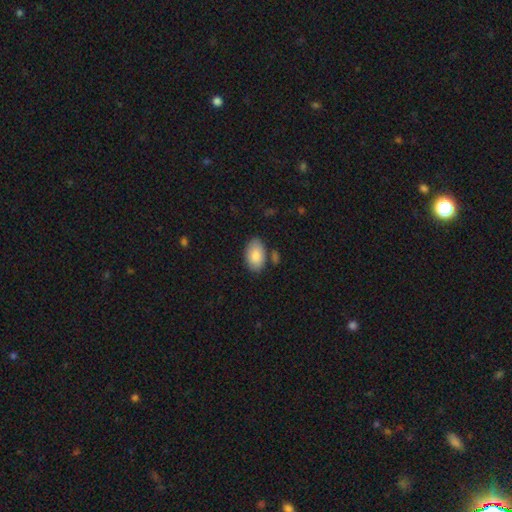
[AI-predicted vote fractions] A smooth galaxy with no disk features (86%) that is in between round and cigar-shaped (93%).

Vote fractions:
- Smooth or featured? smooth: 86% / featured or disk: 8% / star or artifact: 6%
- How rounded? in between: 93% / round: 5% / cigar-shaped: 1%
- Merging? none: 75% / minor disturbance: 15% / merger: 6% / major disturbance: 3%